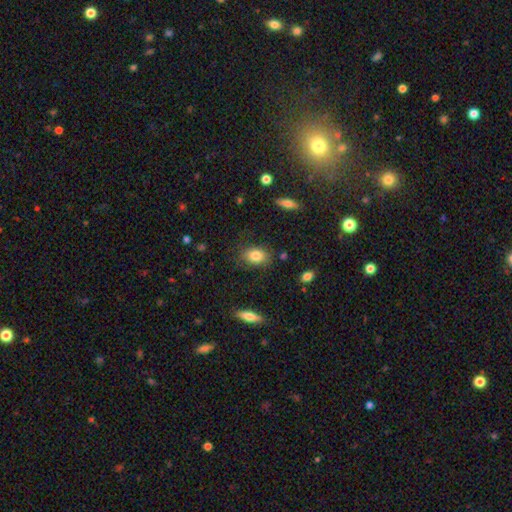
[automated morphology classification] This appears to be a smooth galaxy with no disk features (81%) that is in between round and cigar-shaped (79%). Merging: none (77%).